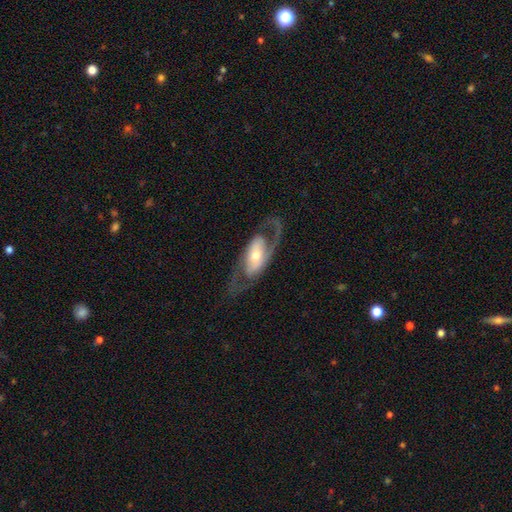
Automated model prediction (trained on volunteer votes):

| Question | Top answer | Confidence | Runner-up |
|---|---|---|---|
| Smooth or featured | featured or disk | 83% | smooth (12%) |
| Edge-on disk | no | 92% | yes (8%) |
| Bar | no | 43% | weak (31%) |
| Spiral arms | yes | 89% | no (11%) |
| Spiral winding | medium | 48% | loose (33%) |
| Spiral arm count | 2 | 85% | 1 (6%) |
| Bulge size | moderate | 57% | small (30%) |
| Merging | none | 72% | major disturbance (14%) |